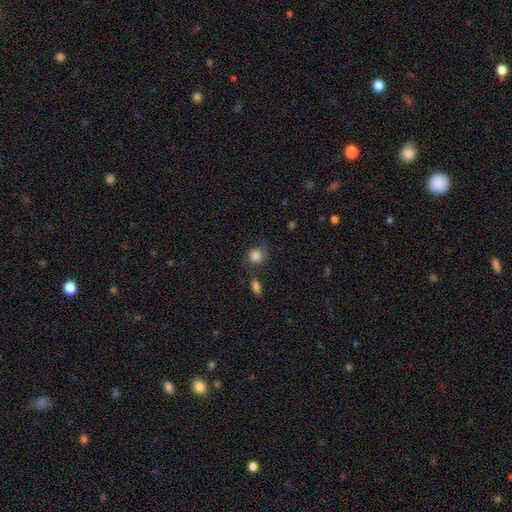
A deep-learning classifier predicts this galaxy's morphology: Q: Smooth or featured?
A: smooth (71%); runner-up: featured or disk (20%)
Q: How rounded?
A: round (80%); runner-up: in between (19%)
Q: Merging?
A: none (51%); runner-up: minor disturbance (24%)